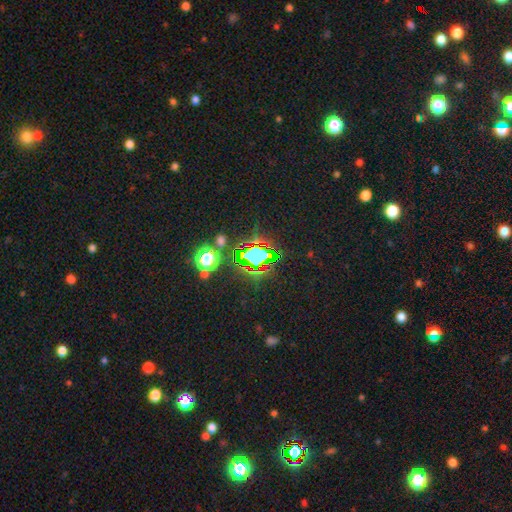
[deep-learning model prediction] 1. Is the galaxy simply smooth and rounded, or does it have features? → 68% star or artifact, 20% smooth, 12% featured or disk.